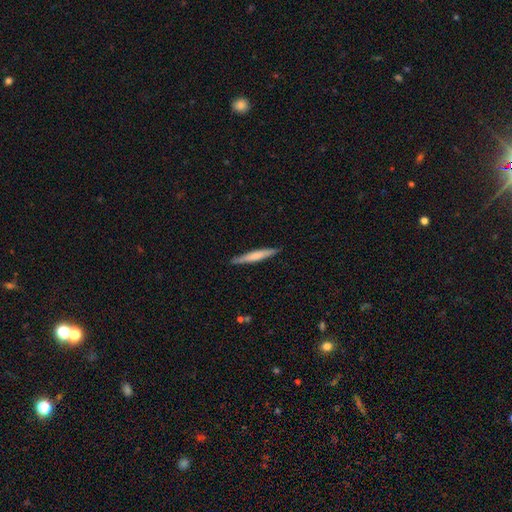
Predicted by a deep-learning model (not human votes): The model was most divided on "smooth or featured": smooth: 59%, featured or disk: 36%, star or artifact: 5%. More confident: how rounded — cigar-shaped (95%); merging — none (88%).